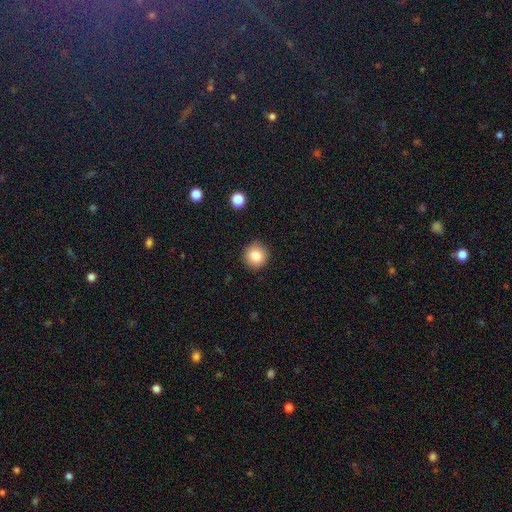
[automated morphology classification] The model was most divided on "smooth or featured": smooth: 83%, star or artifact: 10%, featured or disk: 7%. More confident: how rounded — round (94%); merging — none (91%).